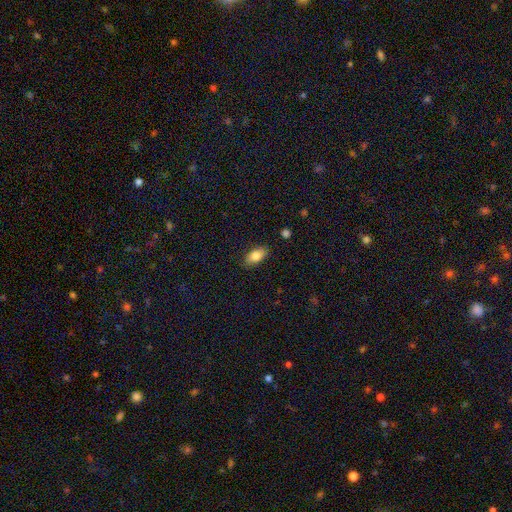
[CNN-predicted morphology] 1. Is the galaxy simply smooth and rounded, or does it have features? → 80% smooth, 12% featured or disk, 8% star or artifact.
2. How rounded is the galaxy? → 89% in between, 6% round, 5% cigar-shaped.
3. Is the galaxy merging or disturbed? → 84% none, 12% minor disturbance, 2% major disturbance, 1% merger.